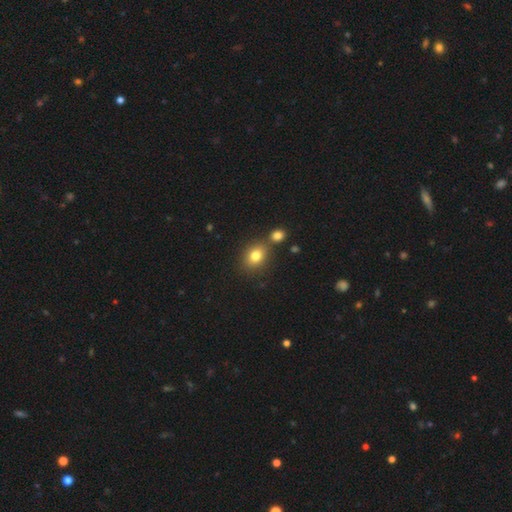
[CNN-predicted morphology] A smooth galaxy with no disk features (80%) that is round (53%). Merging: none (67%).